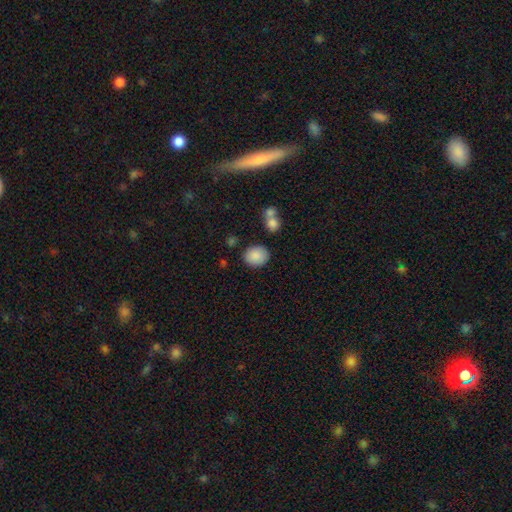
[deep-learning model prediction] The model was most divided on "how rounded": round: 57%, in between: 42%, cigar-shaped: 1%. More confident: smooth or featured — smooth (87%); merging — none (81%).